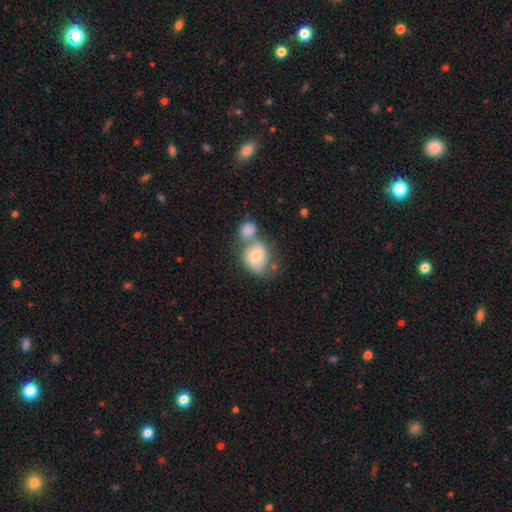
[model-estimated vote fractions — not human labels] Morphology: type=smooth (74%); roundness=round (50%); merging=merger (55%).